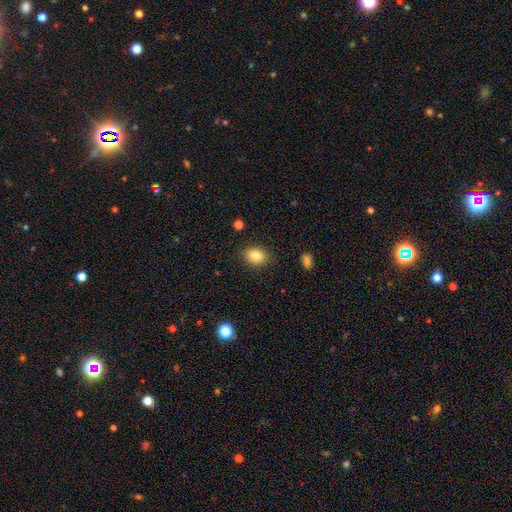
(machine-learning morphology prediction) smooth 83%, star or artifact 9%, featured or disk 8%. Down the decision tree: how rounded — in between (67%); merging — none (87%).